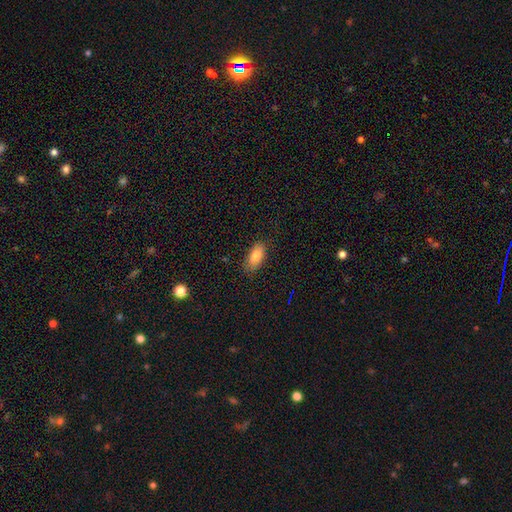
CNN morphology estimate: smooth-or-featured: smooth: 85% | star or artifact: 8% | featured or disk: 7%
  how-rounded: in between: 89% | cigar-shaped: 8% | round: 3%
  merging: none: 81% | minor disturbance: 14% | major disturbance: 3% | merger: 1%